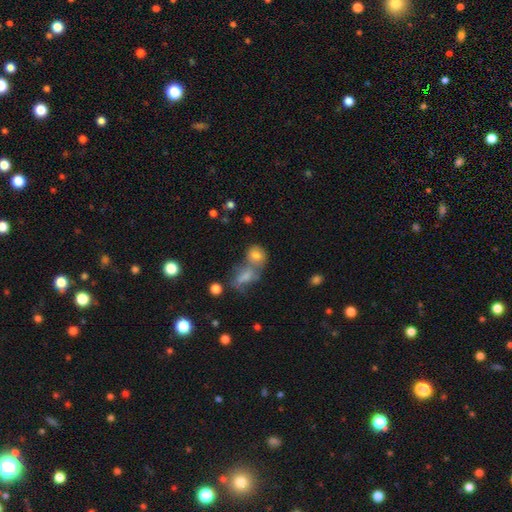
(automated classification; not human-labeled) Smooth or featured?
  - smooth: 74% *
  - featured or disk: 13%
  - star or artifact: 12%
How rounded?
  - round: 54% *
  - in between: 44%
  - cigar-shaped: 2%
Merging?
  - merger: 47% *
  - none: 36%
  - minor disturbance: 11%
  - major disturbance: 6%